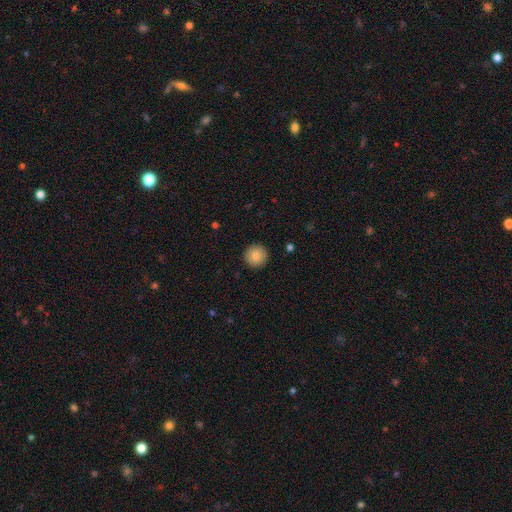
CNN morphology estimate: A smooth galaxy with no disk features (86%) that is round (95%).

Vote fractions:
- Smooth or featured? smooth: 86% / star or artifact: 8% / featured or disk: 6%
- How rounded? round: 95% / in between: 4% / cigar-shaped: 1%
- Merging? none: 92% / minor disturbance: 5% / major disturbance: 2% / merger: 1%